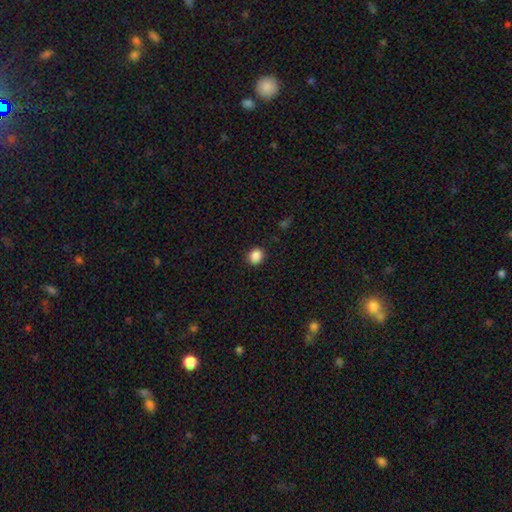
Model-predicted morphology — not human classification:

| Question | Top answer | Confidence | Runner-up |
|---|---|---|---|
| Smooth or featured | smooth | 88% | star or artifact (10%) |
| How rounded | round | 70% | in between (29%) |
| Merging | none | 89% | minor disturbance (7%) |